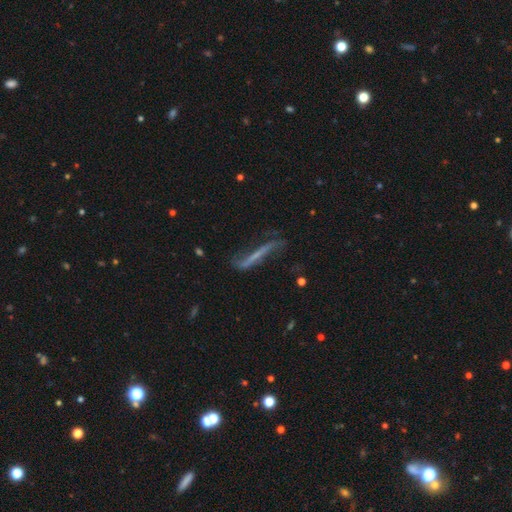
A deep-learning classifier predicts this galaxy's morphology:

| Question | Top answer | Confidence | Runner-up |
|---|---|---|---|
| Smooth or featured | featured or disk | 58% | smooth (32%) |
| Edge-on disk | yes | 65% | no (35%) |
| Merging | none | 48% | minor disturbance (27%) |